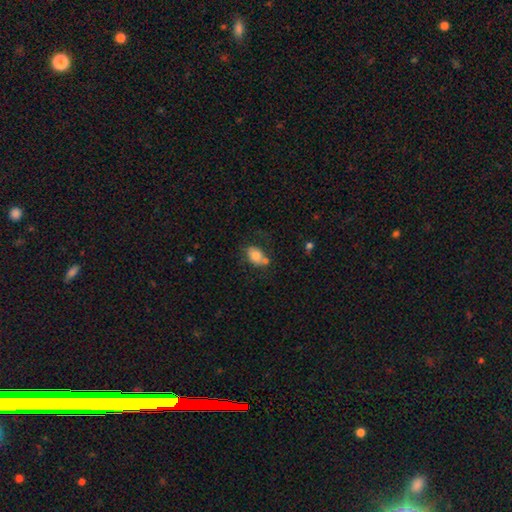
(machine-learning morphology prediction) type=smooth (74%); roundness=in between (76%); merging=none (46%).